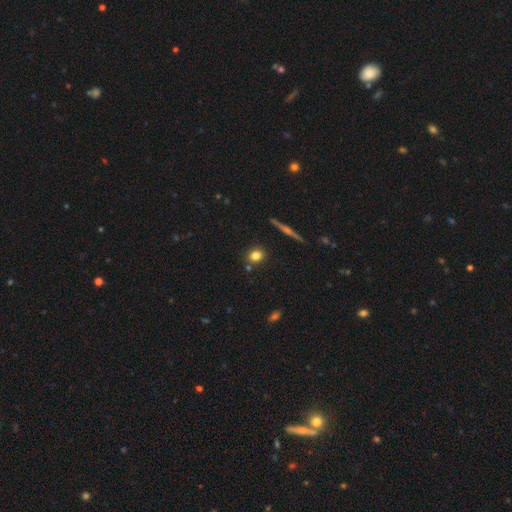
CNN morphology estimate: Q: Smooth or featured?
A: smooth (78%); runner-up: star or artifact (11%)
Q: How rounded?
A: round (65%); runner-up: in between (32%)
Q: Merging?
A: none (83%); runner-up: minor disturbance (9%)